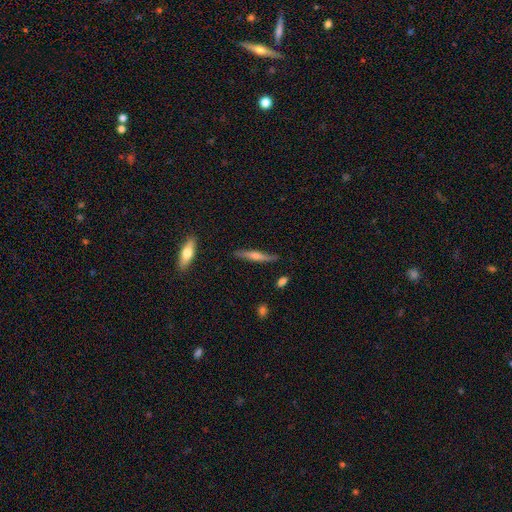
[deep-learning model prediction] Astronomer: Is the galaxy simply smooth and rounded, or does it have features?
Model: featured or disk — 66%.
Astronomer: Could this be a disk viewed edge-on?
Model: yes — 96%.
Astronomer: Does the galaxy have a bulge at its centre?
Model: rounded — 86%.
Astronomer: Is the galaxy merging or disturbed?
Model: none — 86%.